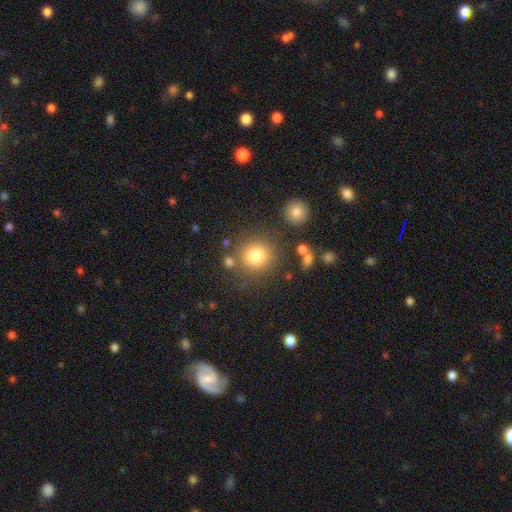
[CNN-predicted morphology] Overall: smooth (80%). How rounded: round (89%). Merging: none (79%).